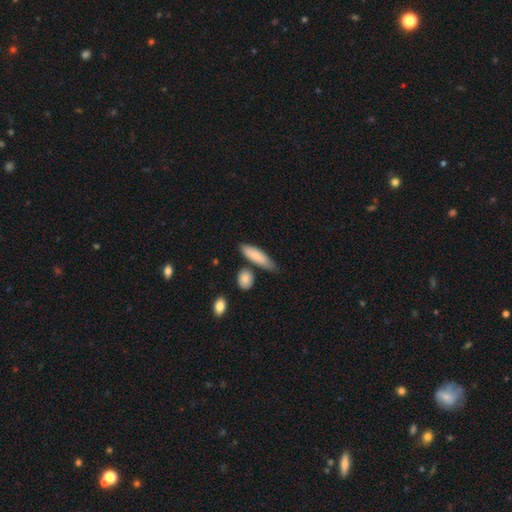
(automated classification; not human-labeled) A smooth galaxy with no disk features (80%) that is cigar-shaped (57%). Merging: none (65%).